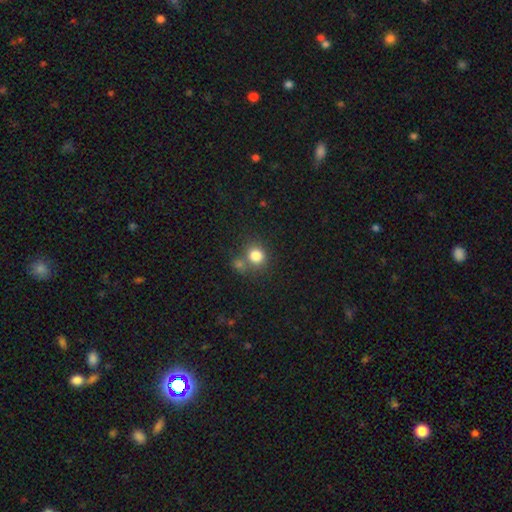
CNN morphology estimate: Smooth or featured: smooth — 81% (star or artifact — 12%)
How rounded: round — 81% (in between — 18%)
Merging: none — 59% (merger — 25%)